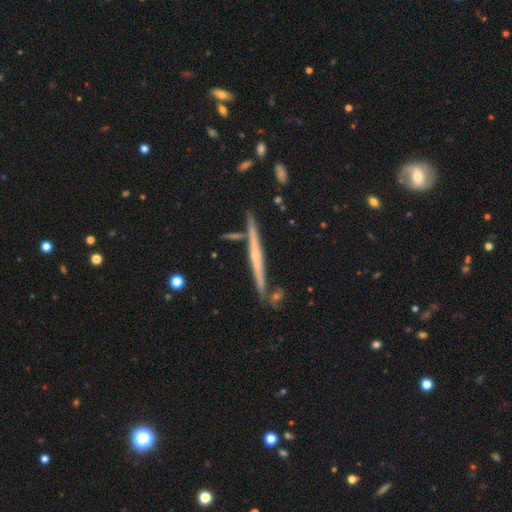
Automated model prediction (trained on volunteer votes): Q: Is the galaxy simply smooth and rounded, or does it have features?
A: featured or disk — 74%.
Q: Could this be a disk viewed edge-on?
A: yes — 98%.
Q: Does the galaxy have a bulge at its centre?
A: rounded — 50%.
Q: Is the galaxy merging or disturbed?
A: none — 85%.